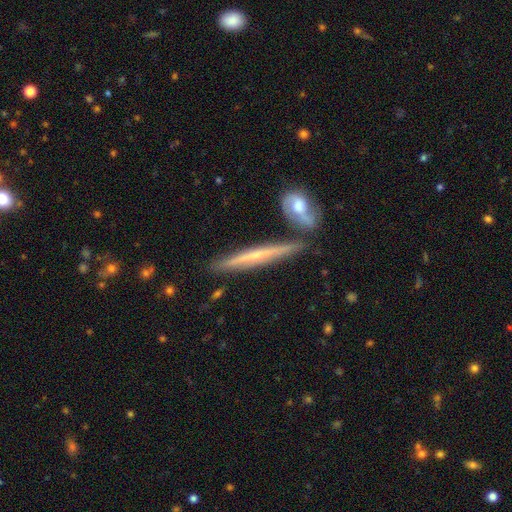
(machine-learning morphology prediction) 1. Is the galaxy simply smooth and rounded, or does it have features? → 64% featured or disk, 29% smooth, 7% star or artifact.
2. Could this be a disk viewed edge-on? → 94% yes, 6% no.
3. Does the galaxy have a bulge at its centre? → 47% rounded, 46% none, 6% boxy.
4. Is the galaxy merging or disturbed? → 77% none, 11% minor disturbance, 10% merger, 3% major disturbance.